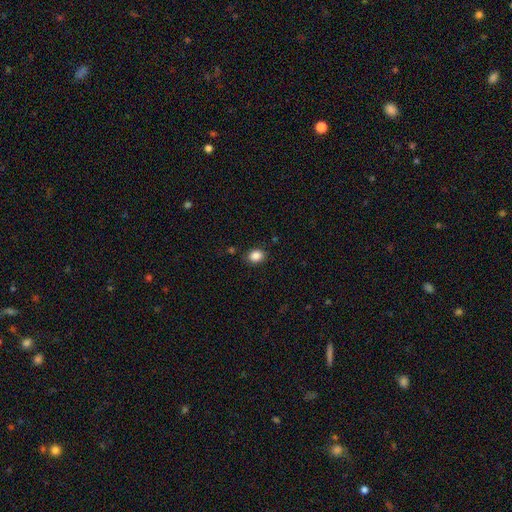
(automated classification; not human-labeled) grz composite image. It shows a smooth galaxy with no disk features (86%) that is in between round and cigar-shaped (50%). Merging: none (86%).